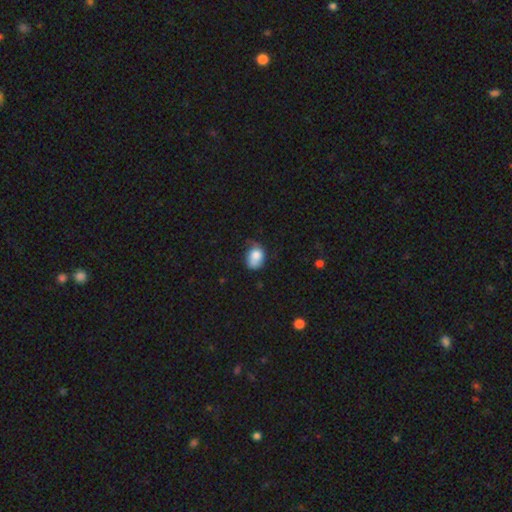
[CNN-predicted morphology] smooth 78%, featured or disk 14%, star or artifact 8%. Down the decision tree: how rounded — in between (72%); merging — minor disturbance (42%).